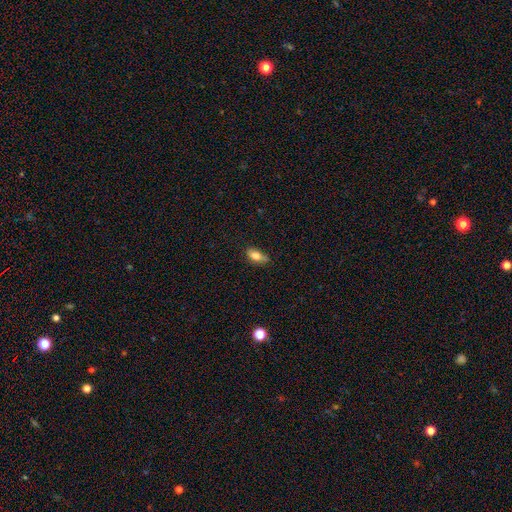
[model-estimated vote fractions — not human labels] Q: Smooth or featured?
A: smooth (78%); runner-up: featured or disk (14%)
Q: How rounded?
A: in between (86%); runner-up: cigar-shaped (9%)
Q: Merging?
A: none (64%); runner-up: minor disturbance (29%)